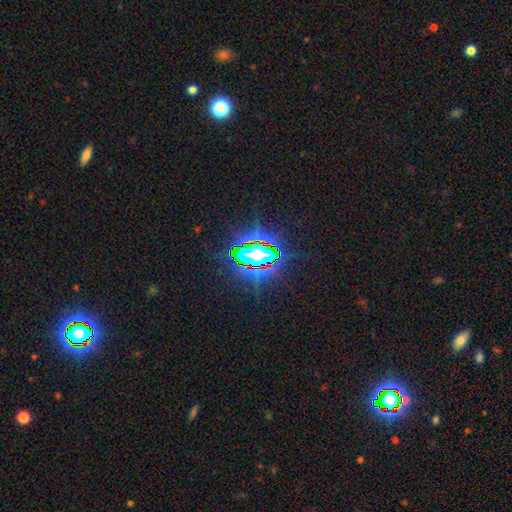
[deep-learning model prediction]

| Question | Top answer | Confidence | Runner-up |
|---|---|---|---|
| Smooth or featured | star or artifact | 78% | smooth (11%) |